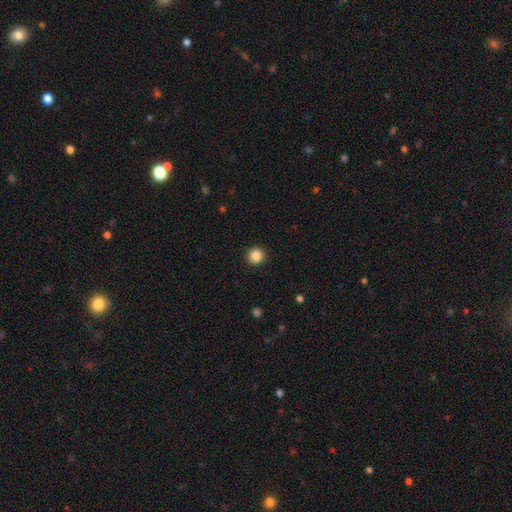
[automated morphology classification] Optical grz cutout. It shows a smooth galaxy with no disk features (87%) that is round (94%). Merging: none (93%).